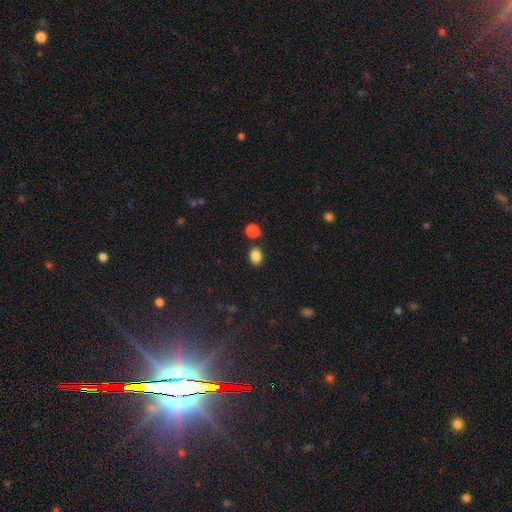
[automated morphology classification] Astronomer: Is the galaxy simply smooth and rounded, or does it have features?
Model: smooth — 86%.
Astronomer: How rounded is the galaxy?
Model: in between — 67%.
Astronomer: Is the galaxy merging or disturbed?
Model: none — 78%.